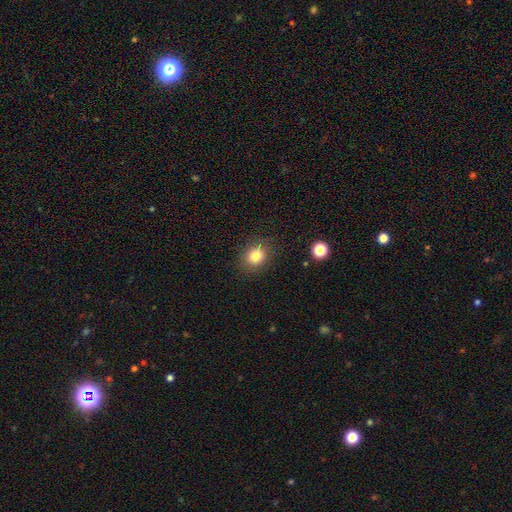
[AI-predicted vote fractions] smooth_or_featured: smooth (p=0.82) [alt: star or artifact p=0.11]
how_rounded: round (p=0.63) [alt: in between p=0.36]
merging: none (p=0.86) [alt: minor disturbance p=0.09]